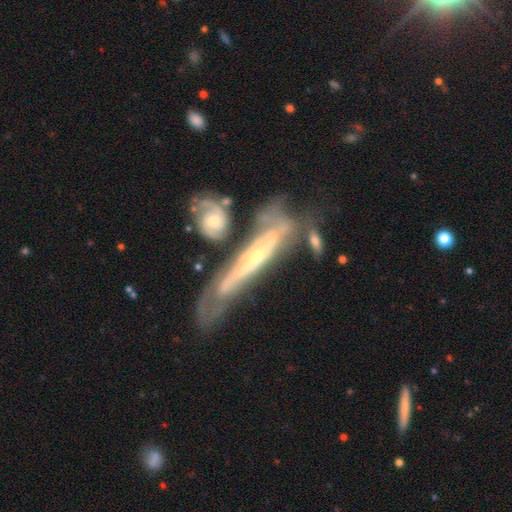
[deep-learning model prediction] featured or disk 77%, smooth 16%, star or artifact 7%. Down the decision tree: edge-on disk — no (52%); merging — none (36%).